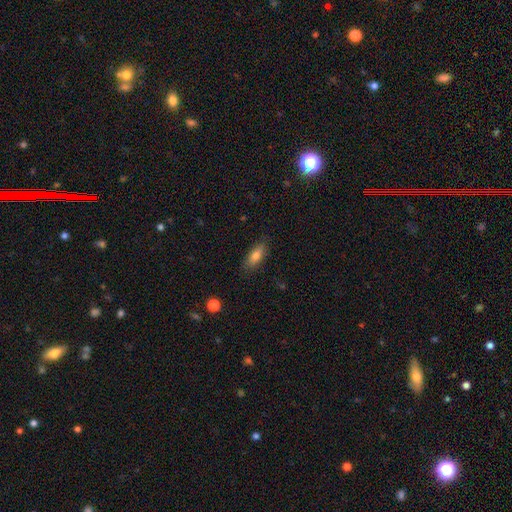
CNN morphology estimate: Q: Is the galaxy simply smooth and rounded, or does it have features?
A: smooth — 79%.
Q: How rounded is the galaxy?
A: in between — 75%.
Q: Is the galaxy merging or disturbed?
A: none — 84%.